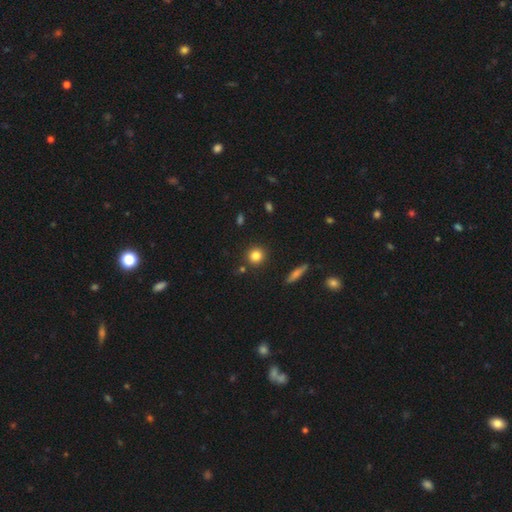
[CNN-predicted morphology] smooth 82%, star or artifact 11%, featured or disk 7%. Down the decision tree: how rounded — round (90%); merging — none (87%).